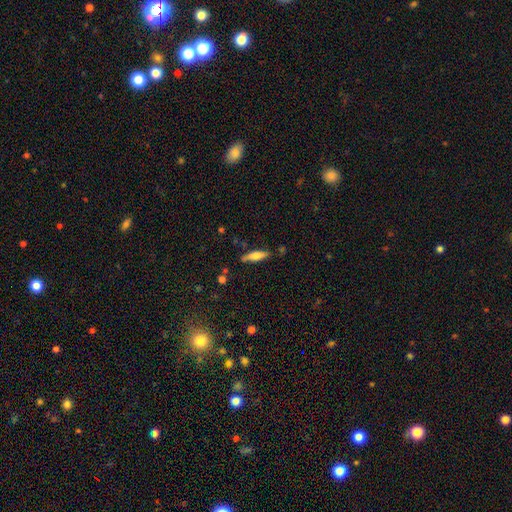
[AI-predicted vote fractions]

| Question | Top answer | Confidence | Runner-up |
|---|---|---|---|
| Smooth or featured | smooth | 63% | featured or disk (30%) |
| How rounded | cigar-shaped | 68% | in between (30%) |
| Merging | none | 79% | minor disturbance (15%) |